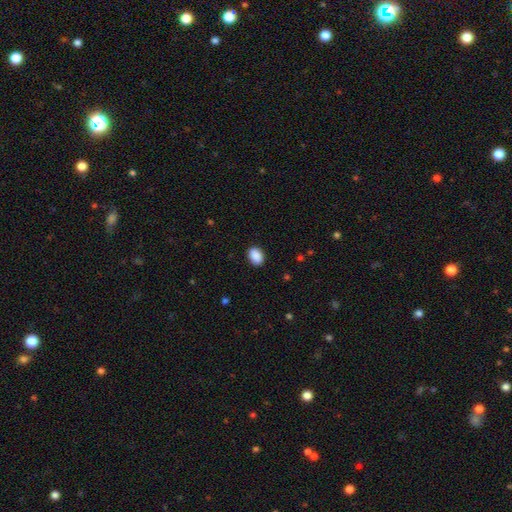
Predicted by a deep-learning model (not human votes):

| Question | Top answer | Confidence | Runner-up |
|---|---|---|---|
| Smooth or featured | smooth | 90% | star or artifact (7%) |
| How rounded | in between | 79% | round (20%) |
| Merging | none | 89% | minor disturbance (8%) |